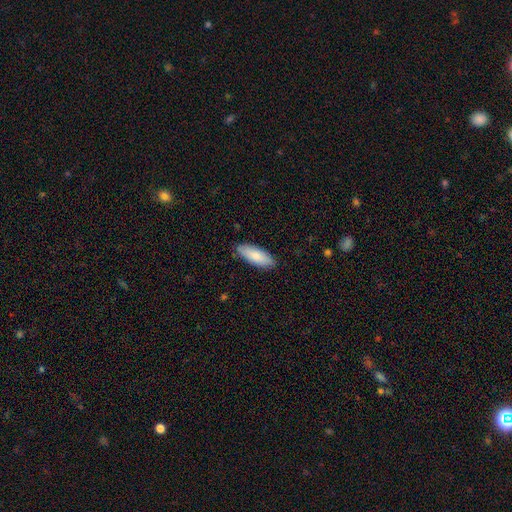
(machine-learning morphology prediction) Smooth or featured? Predicted: smooth (p=0.84). How rounded? Predicted: in between (p=0.75). Merging? Predicted: none (p=0.86).